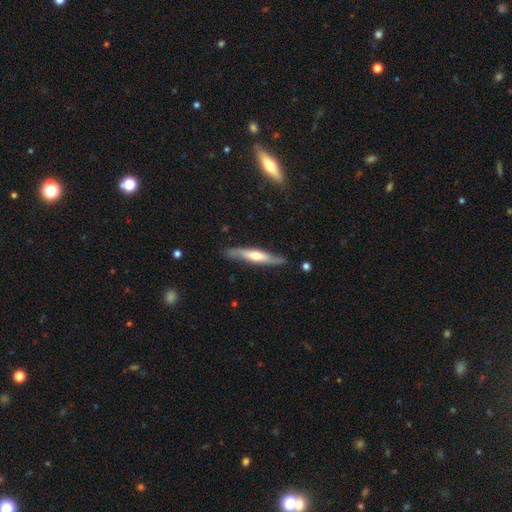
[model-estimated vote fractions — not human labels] A featured or disk galaxy (56%) viewed edge-on (84%). Merging: none (83%).